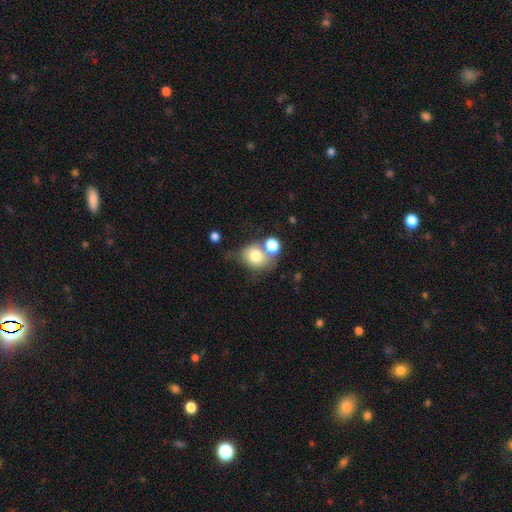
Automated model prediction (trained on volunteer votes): A smooth galaxy with no disk features (75%) that is round (64%).

Vote fractions:
- Smooth or featured? smooth: 75% / featured or disk: 14% / star or artifact: 10%
- How rounded? round: 64% / in between: 35% / cigar-shaped: 1%
- Merging? none: 38% / merger: 35% / minor disturbance: 16% / major disturbance: 10%